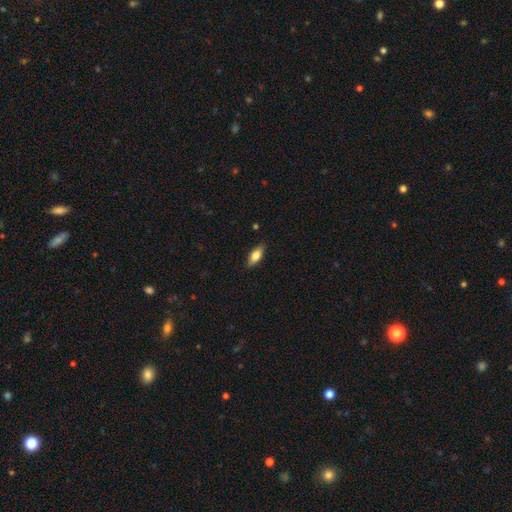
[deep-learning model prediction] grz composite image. It shows a smooth galaxy with no disk features (75%) that is in between round and cigar-shaped (79%). Merging: none (85%).